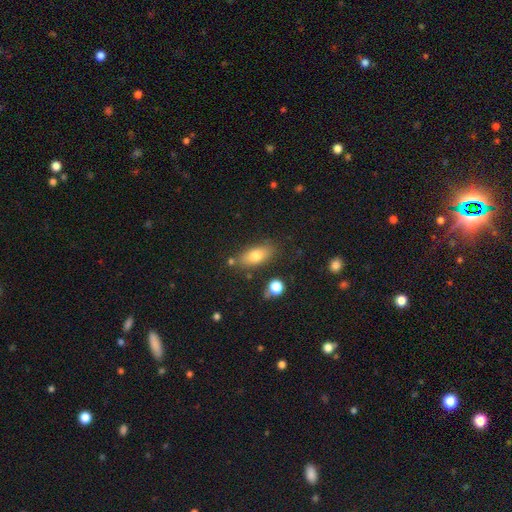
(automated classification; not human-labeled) Smooth or featured: smooth — 74% (featured or disk — 17%)
How rounded: in between — 81% (cigar-shaped — 13%)
Merging: none — 77% (minor disturbance — 14%)